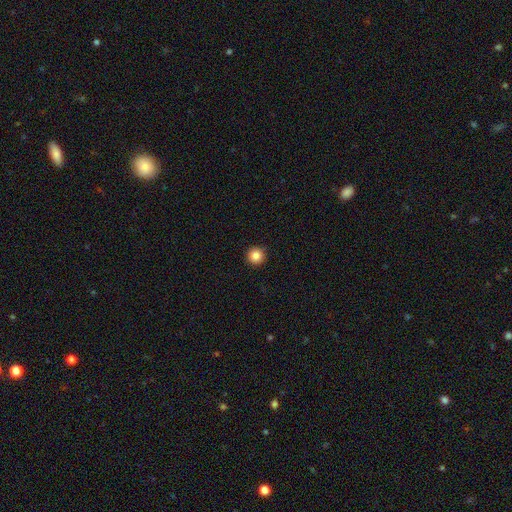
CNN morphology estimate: A smooth galaxy with no disk features (84%) that is round (96%). Merging: none (93%).